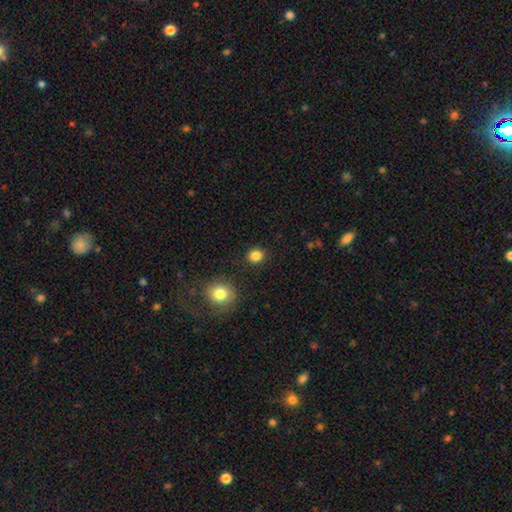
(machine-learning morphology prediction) type=smooth (85%); roundness=round (80%); merging=none (89%).